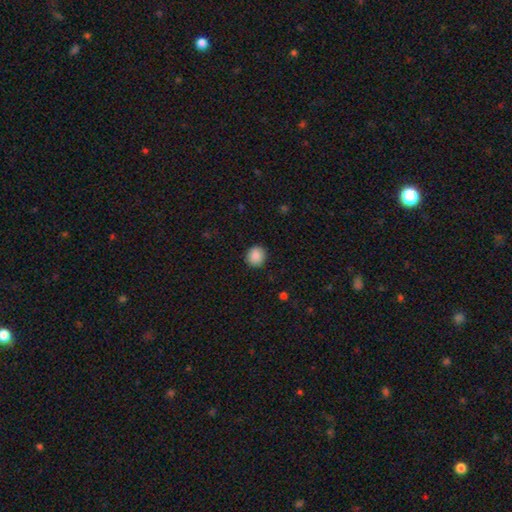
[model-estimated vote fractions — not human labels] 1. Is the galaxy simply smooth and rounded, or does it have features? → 89% smooth, 8% star or artifact, 3% featured or disk.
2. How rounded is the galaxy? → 87% round, 12% in between, 1% cigar-shaped.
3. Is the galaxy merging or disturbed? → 90% none, 7% minor disturbance, 2% major disturbance, 1% merger.